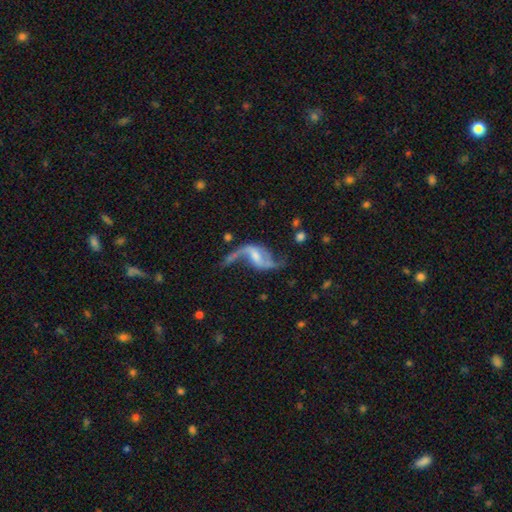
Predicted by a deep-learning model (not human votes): smooth-or-featured: featured or disk: 88% | smooth: 6% | star or artifact: 5%
  disk-edge-on: no: 97% | yes: 3%
    bar: weak: 48% | strong: 32% | no: 20%
    has-spiral-arms: yes: 95% | no: 5%
      spiral-winding: loose: 88% | medium: 10% | tight: 2%
      spiral-arm-count: 2: 90% | 1: 6% | can't tell: 2% | 3: 1% | 4: 1% | more than 4: 1%
    bulge-size: small: 42% | moderate: 30% | none: 22% | large: 5% | dominant: 1%
  merging: none: 56% | major disturbance: 21% | minor disturbance: 17% | merger: 6%